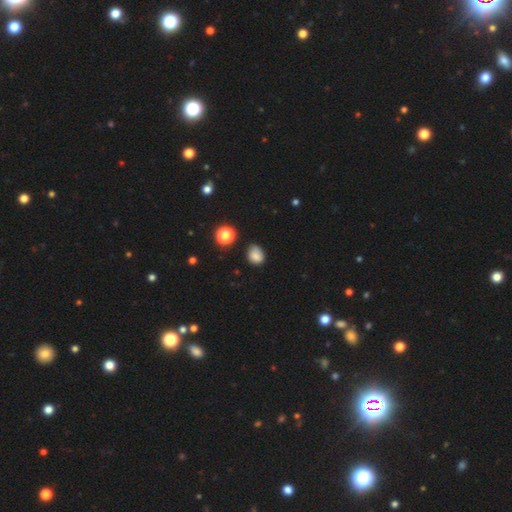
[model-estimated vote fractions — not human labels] Q: Smooth or featured?
A: smooth (82%); runner-up: star or artifact (12%)
Q: How rounded?
A: round (56%); runner-up: in between (43%)
Q: Merging?
A: none (67%); runner-up: minor disturbance (26%)